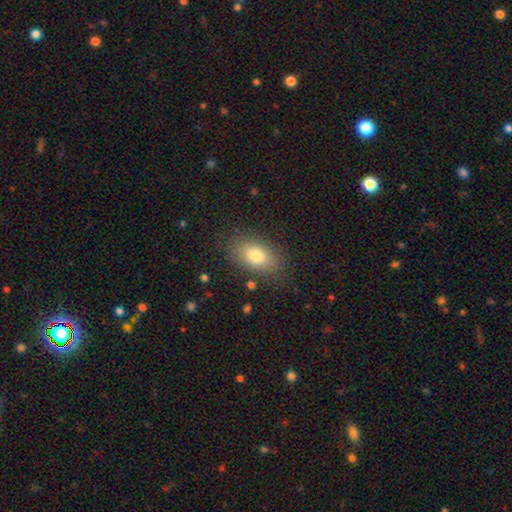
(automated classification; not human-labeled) Smooth or featured: smooth — 78% (featured or disk — 13%)
How rounded: in between — 88% (round — 11%)
Merging: none — 83% (minor disturbance — 12%)